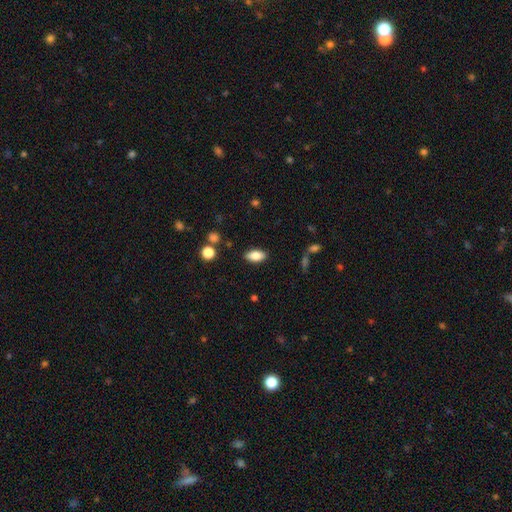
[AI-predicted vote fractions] A smooth galaxy with no disk features (81%) that is in between round and cigar-shaped (89%).

Vote fractions:
- Smooth or featured? smooth: 81% / featured or disk: 11% / star or artifact: 8%
- How rounded? in between: 89% / cigar-shaped: 7% / round: 4%
- Merging? none: 87% / minor disturbance: 9% / major disturbance: 2% / merger: 2%